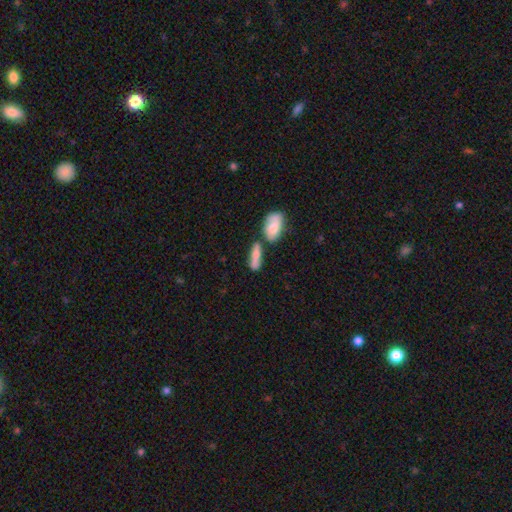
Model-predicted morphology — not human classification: Smooth or featured? smooth (70%)
How rounded? in between (51%)
Merging? none (53%)